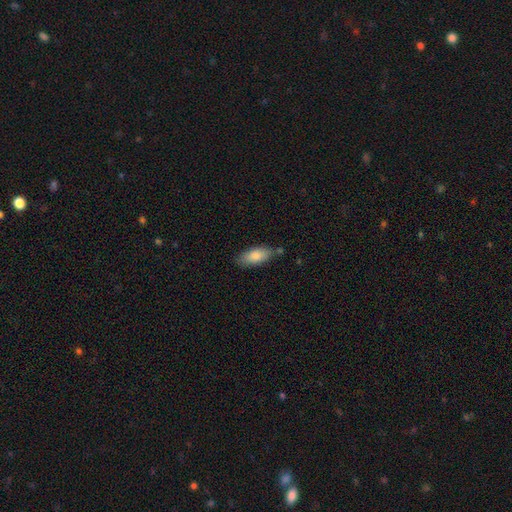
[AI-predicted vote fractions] Smooth or featured? smooth (83%)
How rounded? in between (85%)
Merging? none (71%)